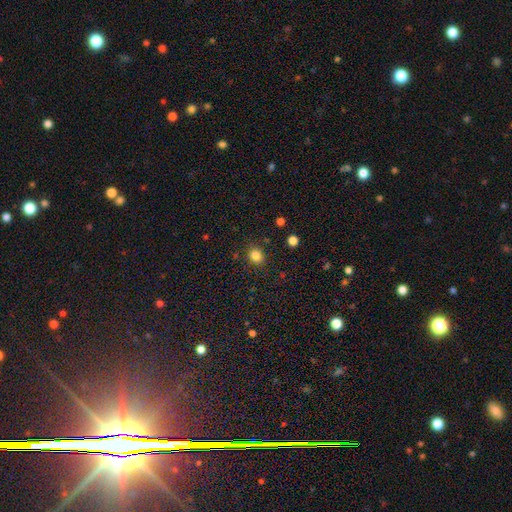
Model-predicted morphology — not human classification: smooth-or-featured: smooth: 84% | star or artifact: 12% | featured or disk: 4%
  how-rounded: round: 64% | in between: 36% | cigar-shaped: 1%
  merging: none: 85% | minor disturbance: 9% | major disturbance: 3% | merger: 2%